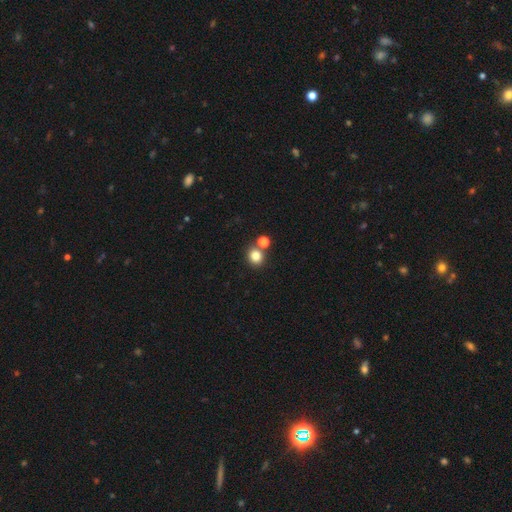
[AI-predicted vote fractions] Overall: smooth (81%). How rounded: round (81%). Merging: none (67%).